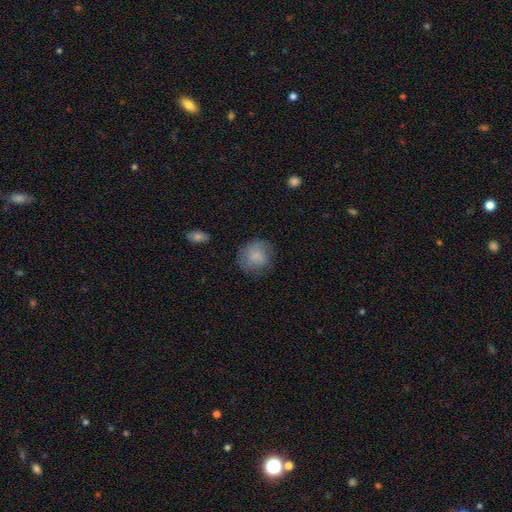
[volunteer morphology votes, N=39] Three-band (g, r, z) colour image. It shows a smooth galaxy with no disk features (92%) that is round (89%). Merging: none (74%).